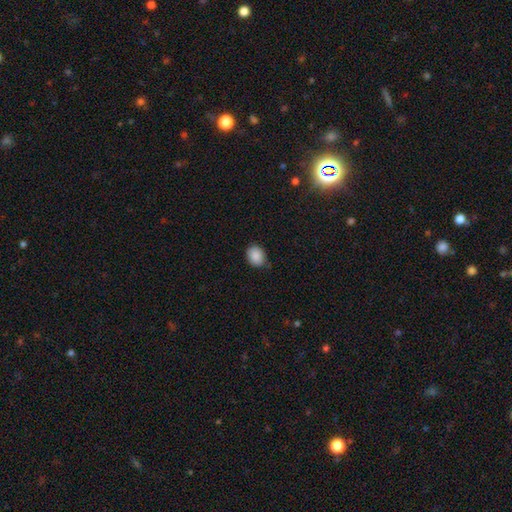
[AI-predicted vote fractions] smooth-or-featured: smooth: 89% | star or artifact: 8% | featured or disk: 3%
  how-rounded: in between: 52% | round: 47% | cigar-shaped: 1%
  merging: none: 79% | minor disturbance: 17% | major disturbance: 3% | merger: 1%